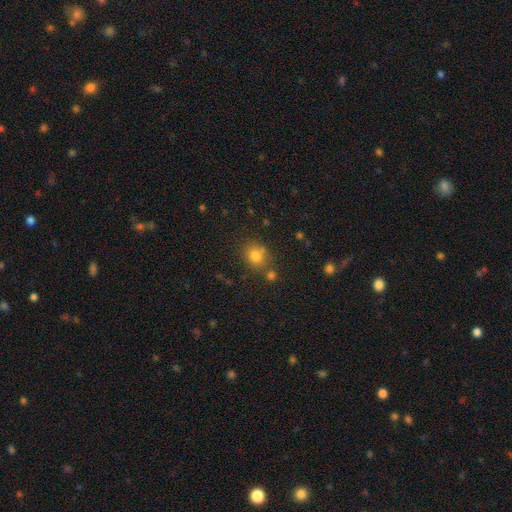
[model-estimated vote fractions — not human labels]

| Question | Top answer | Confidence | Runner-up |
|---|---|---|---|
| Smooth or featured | smooth | 79% | star or artifact (13%) |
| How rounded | round | 64% | in between (35%) |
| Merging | none | 68% | merger (14%) |